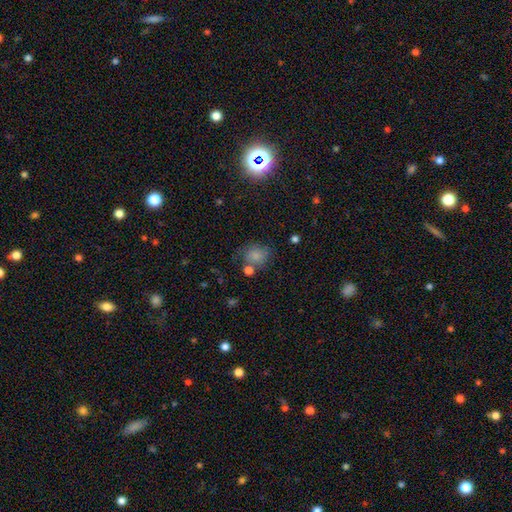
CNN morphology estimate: This appears to be a smooth galaxy with no disk features (79%) that is round (68%). Merging: none (57%).